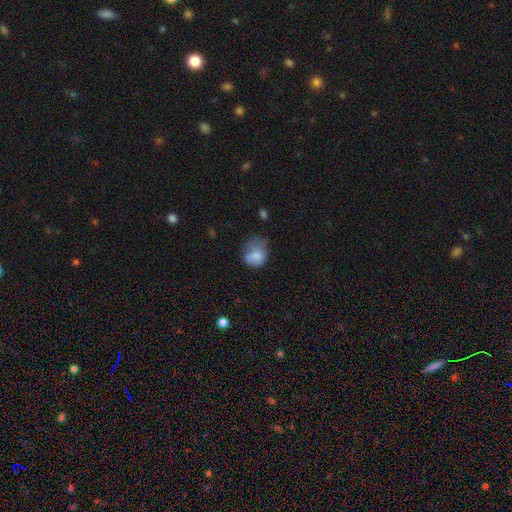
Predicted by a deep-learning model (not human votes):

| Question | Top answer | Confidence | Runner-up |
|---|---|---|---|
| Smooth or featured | smooth | 76% | featured or disk (14%) |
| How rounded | round | 57% | in between (42%) |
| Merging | minor disturbance | 37% | major disturbance (30%) |